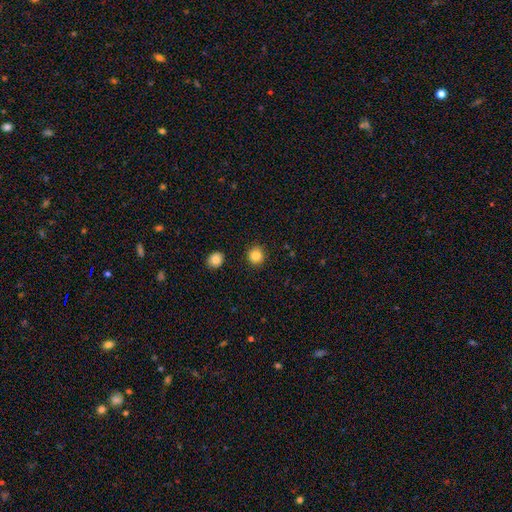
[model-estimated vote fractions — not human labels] A smooth galaxy with no disk features (85%) that is round (89%).

Vote fractions:
- Smooth or featured? smooth: 85% / star or artifact: 10% / featured or disk: 5%
- How rounded? round: 89% / in between: 10% / cigar-shaped: 1%
- Merging? none: 90% / minor disturbance: 6% / merger: 2% / major disturbance: 2%